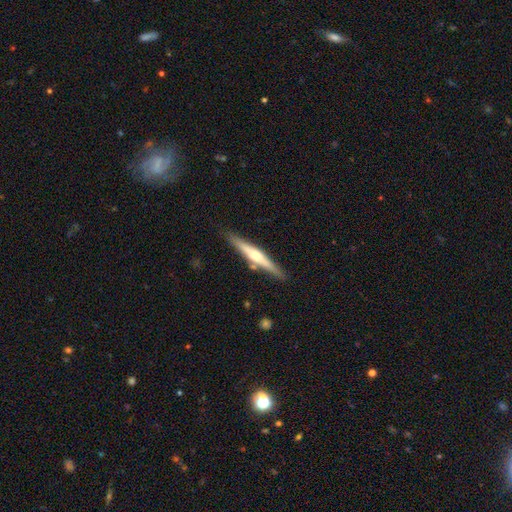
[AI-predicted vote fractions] featured or disk 65%, smooth 30%, star or artifact 6%. Down the decision tree: edge-on disk — yes (97%); edge-on bulge — rounded (85%); merging — none (85%).